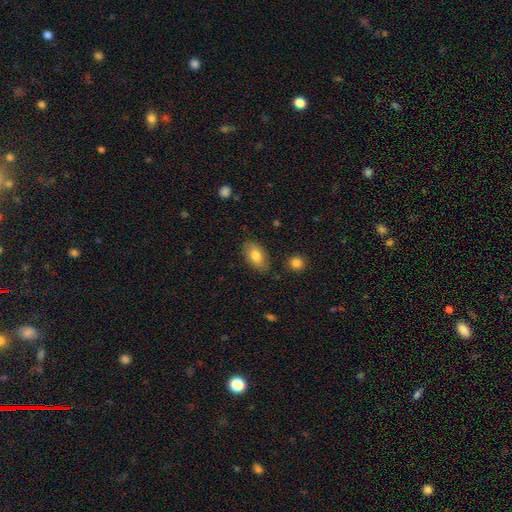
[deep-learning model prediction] smooth 80%, featured or disk 13%, star or artifact 7%. Down the decision tree: how rounded — in between (92%); merging — none (82%).